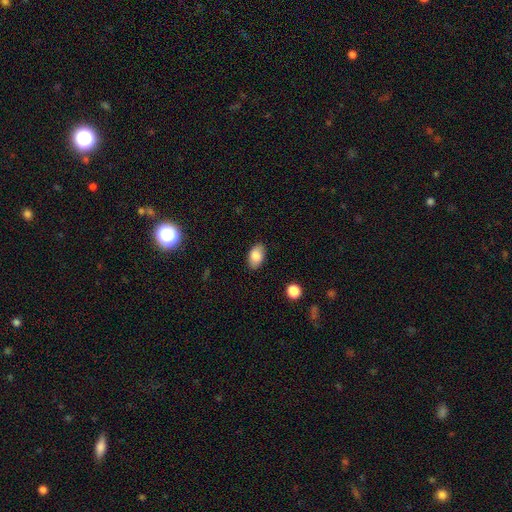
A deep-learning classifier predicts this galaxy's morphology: Smooth or featured: smooth — 84% (featured or disk — 8%)
How rounded: in between — 91% (round — 7%)
Merging: none — 87% (minor disturbance — 10%)